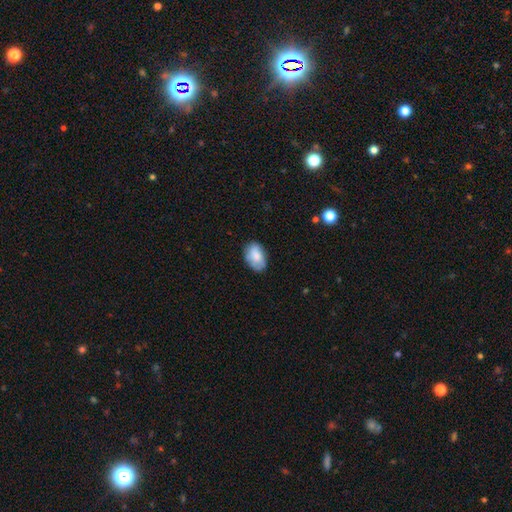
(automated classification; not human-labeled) Smooth or featured? Predicted: smooth (p=0.79). How rounded? Predicted: in between (p=0.90). Merging? Predicted: none (p=0.73).